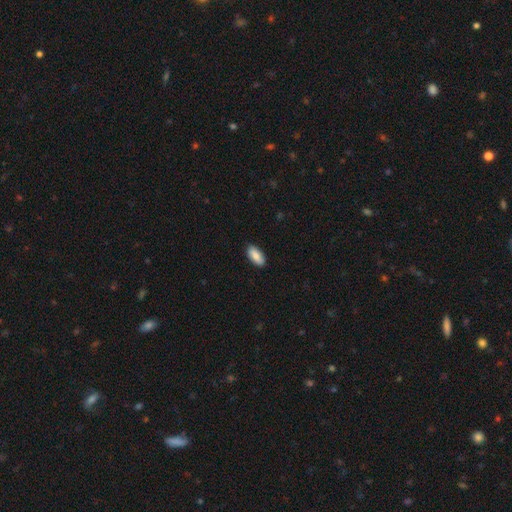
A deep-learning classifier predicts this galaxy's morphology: smooth 84%, featured or disk 10%, star or artifact 6%. Down the decision tree: how rounded — in between (89%); merging — none (88%).